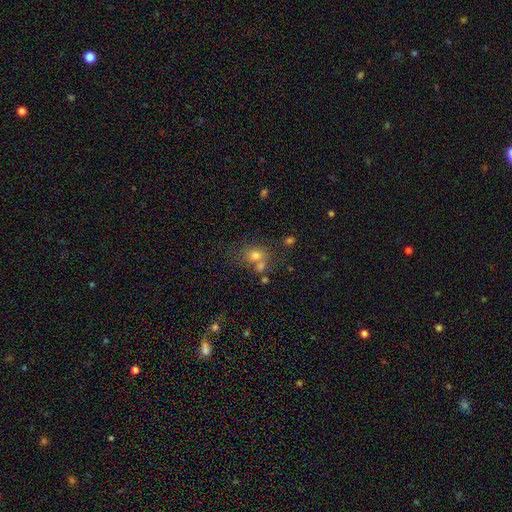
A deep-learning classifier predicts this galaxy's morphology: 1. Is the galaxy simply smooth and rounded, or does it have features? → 66% smooth, 19% star or artifact, 15% featured or disk.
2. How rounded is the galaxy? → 54% round, 45% in between, 1% cigar-shaped.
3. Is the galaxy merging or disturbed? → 47% none, 32% merger, 14% minor disturbance, 7% major disturbance.